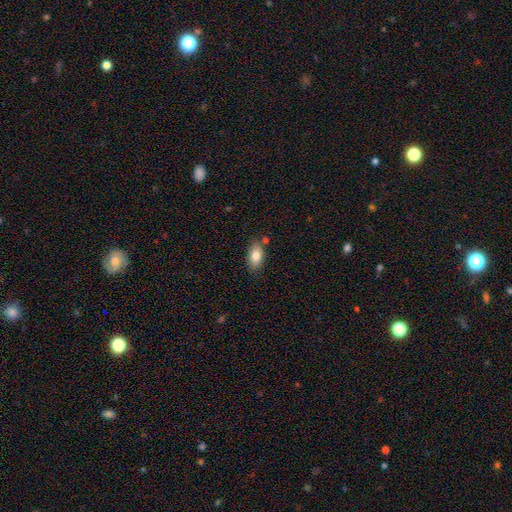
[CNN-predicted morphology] smooth-or-featured: smooth: 82% | featured or disk: 10% | star or artifact: 7%
  how-rounded: in between: 91% | round: 5% | cigar-shaped: 4%
  merging: none: 78% | minor disturbance: 14% | merger: 5% | major disturbance: 3%